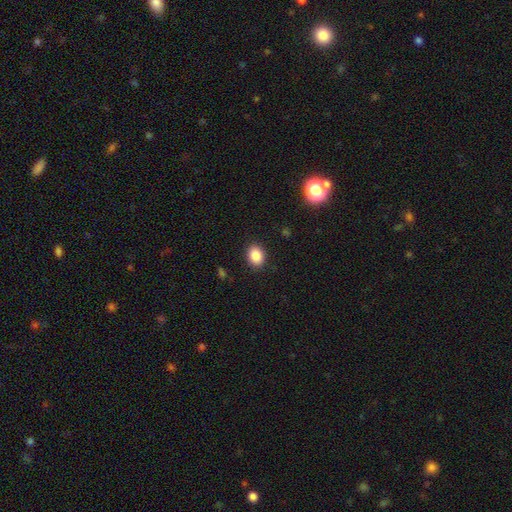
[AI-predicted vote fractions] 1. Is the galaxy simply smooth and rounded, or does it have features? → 87% smooth, 9% star or artifact, 4% featured or disk.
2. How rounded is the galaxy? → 61% in between, 38% round, 1% cigar-shaped.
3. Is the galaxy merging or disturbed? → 89% none, 8% minor disturbance, 2% major disturbance, 1% merger.